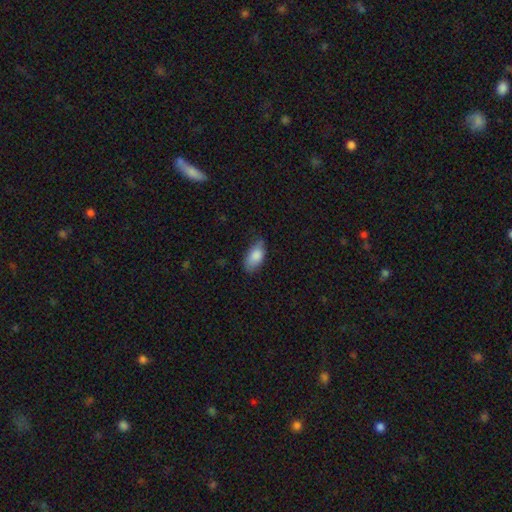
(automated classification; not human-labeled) smooth 85%, featured or disk 8%, star or artifact 7%. Down the decision tree: how rounded — in between (92%); merging — none (62%).